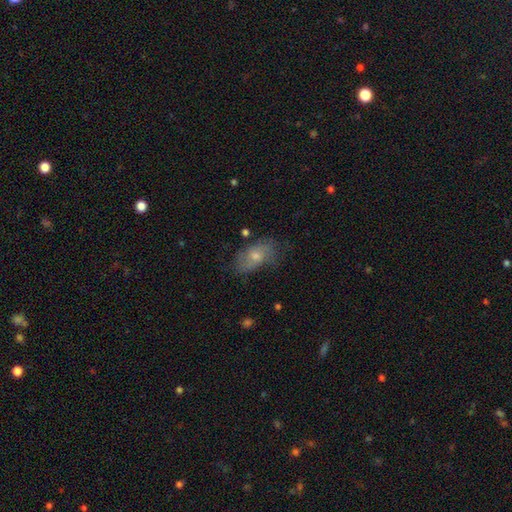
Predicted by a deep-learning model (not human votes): Smooth or featured?
  - featured or disk: 46% *
  - smooth: 41%
  - star or artifact: 13%
Merging?
  - none: 65% *
  - minor disturbance: 24%
  - major disturbance: 10%
  - merger: 2%